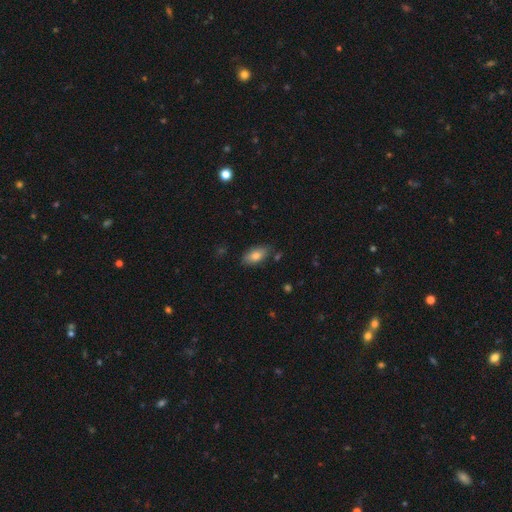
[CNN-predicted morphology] The model was most divided on "merging": none: 80%, minor disturbance: 15%, major disturbance: 3%, merger: 3%. More confident: how rounded — in between (90%); smooth or featured — smooth (80%).